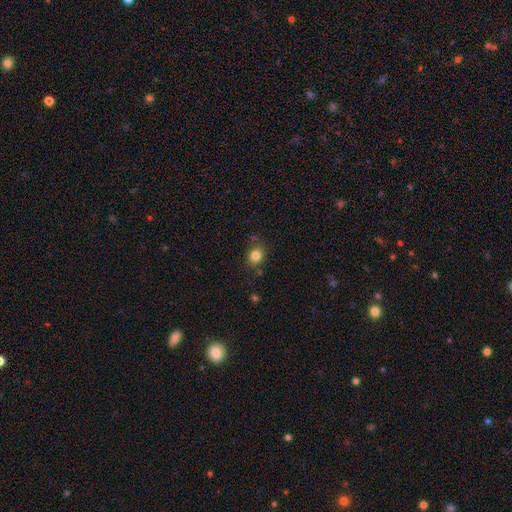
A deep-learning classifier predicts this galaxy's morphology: smooth-or-featured: smooth: 82% | star or artifact: 11% | featured or disk: 6%
  how-rounded: round: 57% | in between: 42% | cigar-shaped: 1%
  merging: none: 78% | minor disturbance: 14% | merger: 4% | major disturbance: 4%